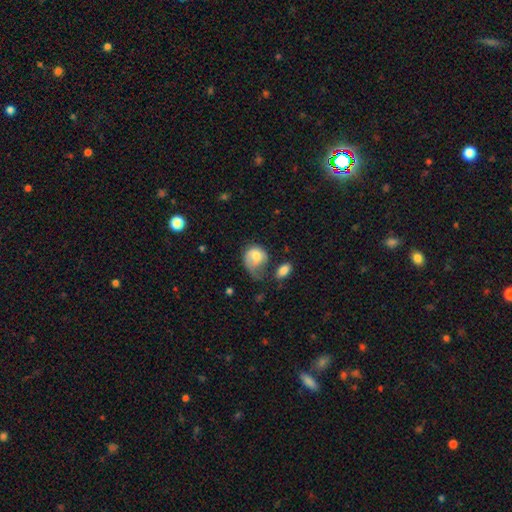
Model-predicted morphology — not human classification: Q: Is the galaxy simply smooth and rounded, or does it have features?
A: smooth — 63%.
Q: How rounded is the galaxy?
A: round — 52%.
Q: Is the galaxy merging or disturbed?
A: major disturbance — 45%.